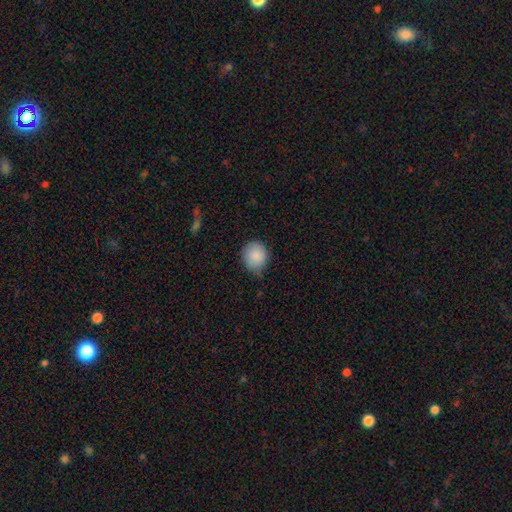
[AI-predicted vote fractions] A smooth galaxy with no disk features (88%) that is round (80%). Merging: none (63%).